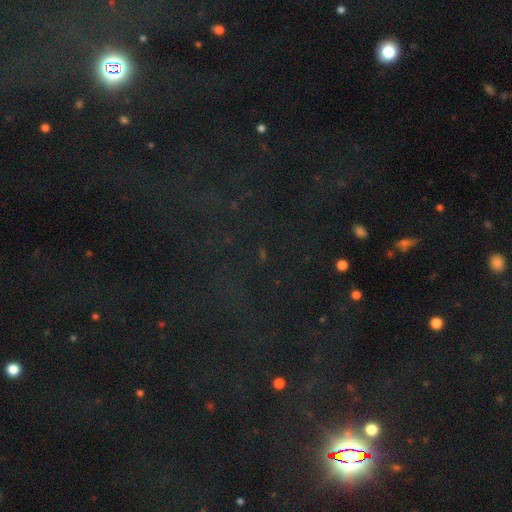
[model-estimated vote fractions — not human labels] Smooth or featured? star or artifact (77%)